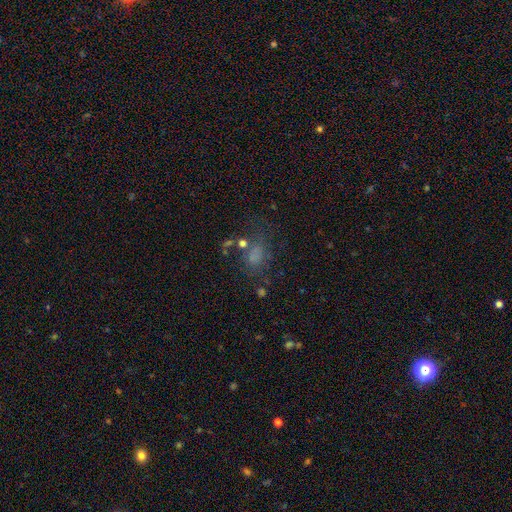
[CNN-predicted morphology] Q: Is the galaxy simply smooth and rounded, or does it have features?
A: smooth — 57%.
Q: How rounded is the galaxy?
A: in between — 65%.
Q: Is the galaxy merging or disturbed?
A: none — 47%.